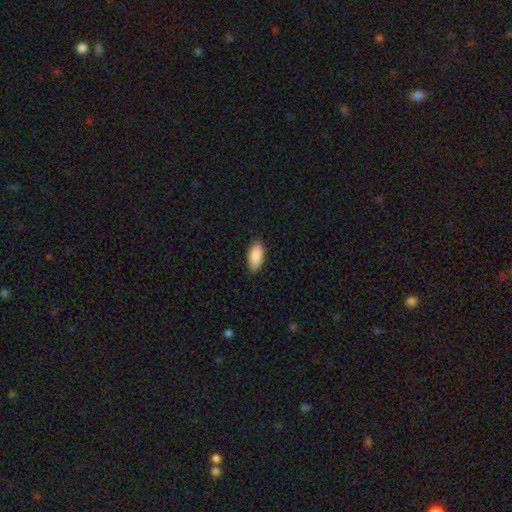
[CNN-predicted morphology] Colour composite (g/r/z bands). It shows a smooth galaxy with no disk features (90%) that is in between round and cigar-shaped (91%). Merging: none (88%).